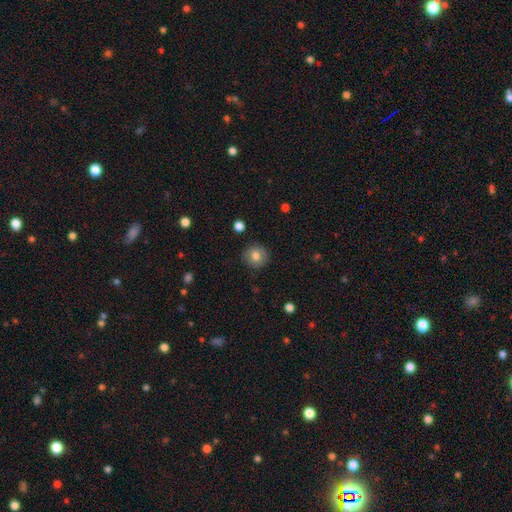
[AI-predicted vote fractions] Smooth or featured?
  - smooth: 79% *
  - featured or disk: 12%
  - star or artifact: 9%
How rounded?
  - round: 90% *
  - in between: 9%
  - cigar-shaped: 1%
Merging?
  - none: 88% *
  - minor disturbance: 9%
  - major disturbance: 2%
  - merger: 1%